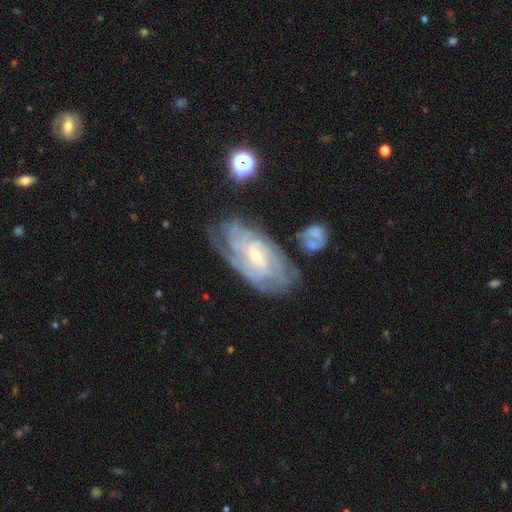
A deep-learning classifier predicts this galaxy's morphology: Overall: featured or disk (83%). Edge-on disk: no (94%). Bar: no (54%; weak 37%). Spiral arms: yes (94%). Spiral arm count: can't tell (47%; 4 17%). Spiral winding: tight (69%). Bulge size: small (71%). Merging: none (66%).